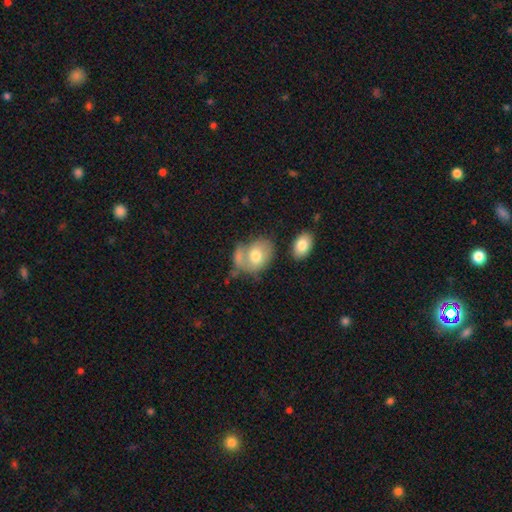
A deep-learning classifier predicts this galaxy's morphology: A smooth galaxy with no disk features (67%) that is in between round and cigar-shaped (66%).

Vote fractions:
- Smooth or featured? smooth: 67% / featured or disk: 26% / star or artifact: 7%
- How rounded? in between: 66% / round: 33% / cigar-shaped: 1%
- Merging? none: 35% / merger: 34% / minor disturbance: 19% / major disturbance: 12%